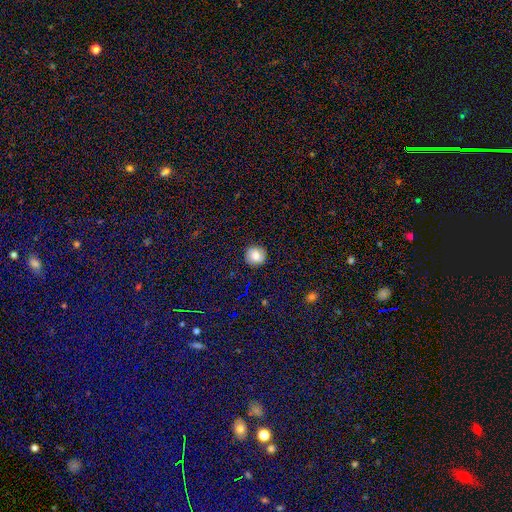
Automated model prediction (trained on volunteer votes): This is likely a smooth galaxy (75%). How rounded: clearly round (92%). Merging: clearly none (89%).